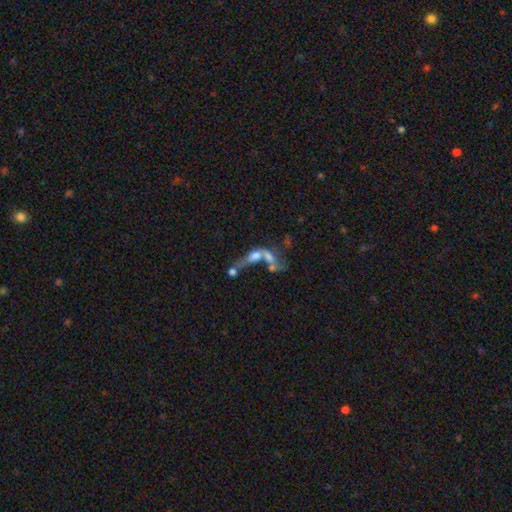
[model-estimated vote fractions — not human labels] Q: Smooth or featured?
A: smooth (46%); runner-up: featured or disk (39%)
Q: Merging?
A: merger (66%); runner-up: major disturbance (17%)